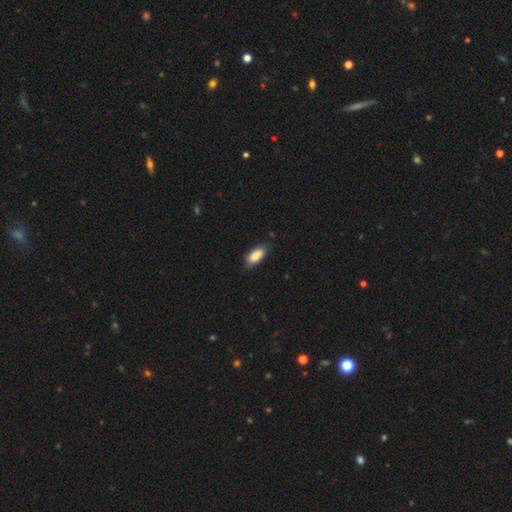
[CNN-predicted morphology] Smooth or featured? Predicted: smooth (p=0.86). How rounded? Predicted: in between (p=0.85). Merging? Predicted: none (p=0.80).